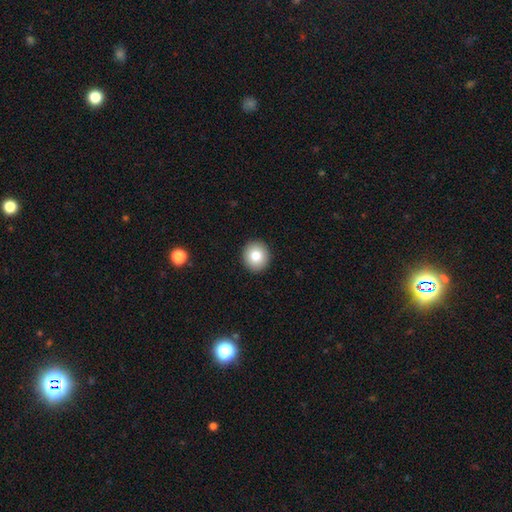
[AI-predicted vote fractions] Smooth or featured: smooth — 82% (featured or disk — 9%)
How rounded: round — 87% (in between — 12%)
Merging: none — 92% (minor disturbance — 5%)